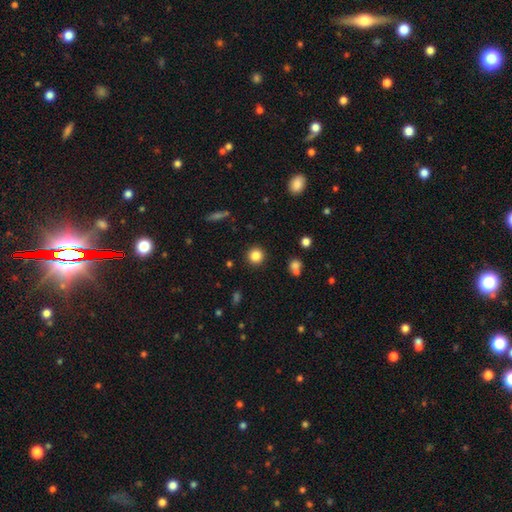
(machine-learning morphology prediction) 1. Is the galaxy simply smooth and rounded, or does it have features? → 84% smooth, 11% star or artifact, 5% featured or disk.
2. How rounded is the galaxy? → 94% round, 5% in between, 1% cigar-shaped.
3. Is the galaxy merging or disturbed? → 90% none, 5% minor disturbance, 2% merger, 2% major disturbance.